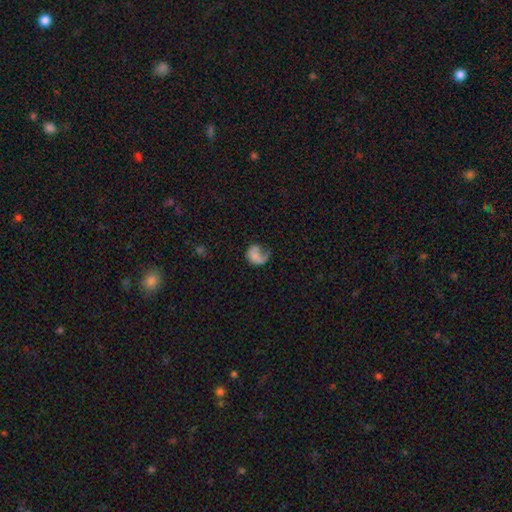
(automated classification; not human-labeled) smooth_or_featured: smooth (p=0.49) [alt: featured or disk p=0.41]
merging: major disturbance (p=0.48) [alt: none p=0.28]